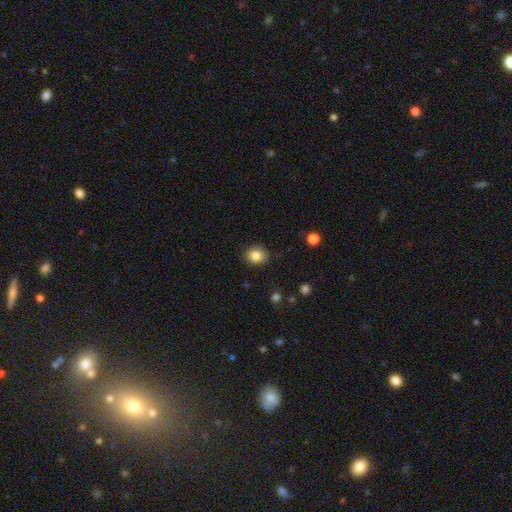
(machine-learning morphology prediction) This appears to be a smooth galaxy with no disk features (84%) that is round (63%). Merging: none (87%).